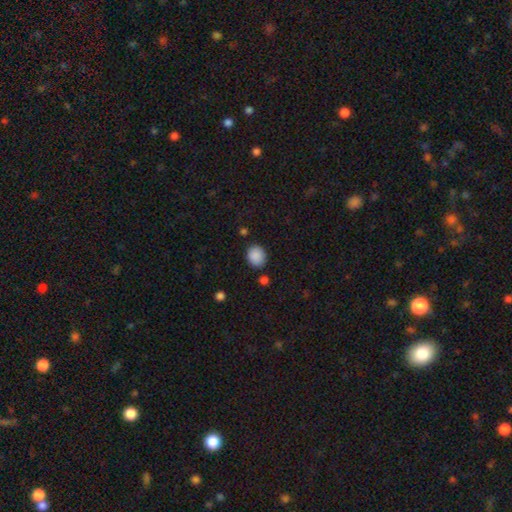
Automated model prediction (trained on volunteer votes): This appears to be a smooth galaxy with no disk features (89%) that is round (60%). Merging: none (82%).